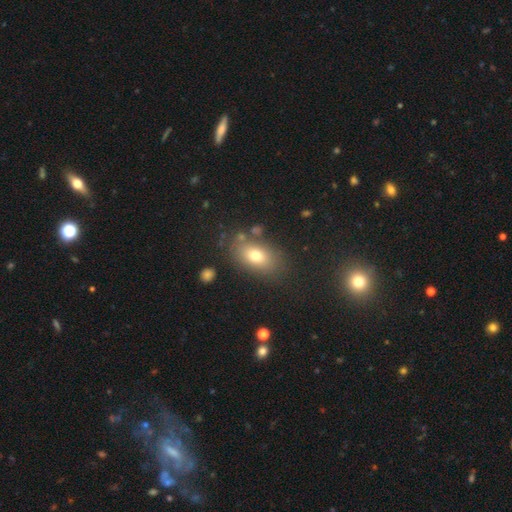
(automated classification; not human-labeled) Smooth or featured: smooth — 73% (featured or disk — 15%)
How rounded: in between — 83% (round — 14%)
Merging: none — 77% (minor disturbance — 13%)